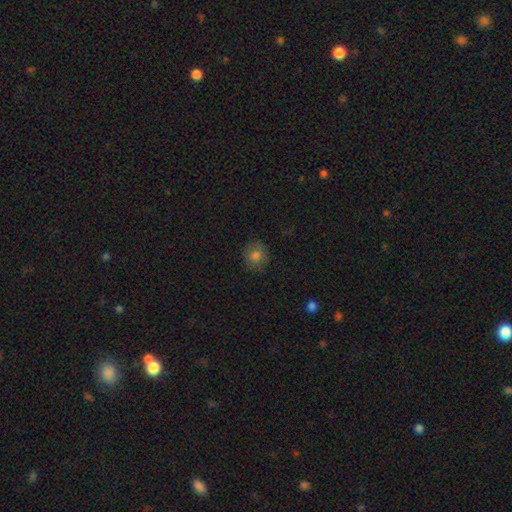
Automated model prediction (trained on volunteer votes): This is likely a smooth galaxy (79%). How rounded: clearly round (82%). Merging: clearly none (83%).